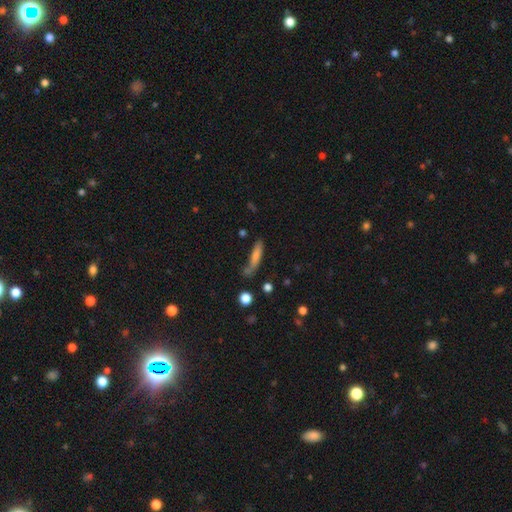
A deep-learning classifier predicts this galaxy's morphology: A smooth galaxy with no disk features (63%) that is cigar-shaped (81%). Merging: none (54%).